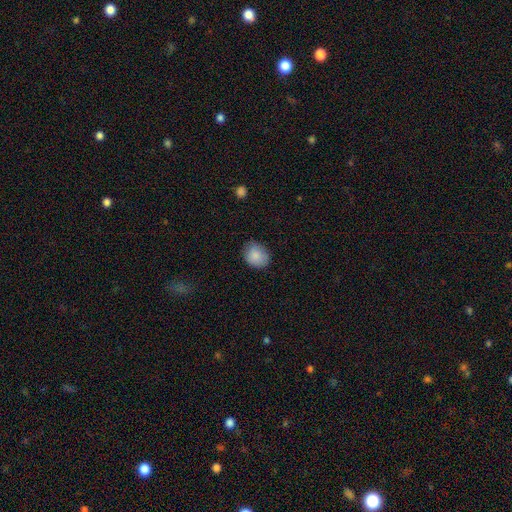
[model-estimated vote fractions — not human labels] Smooth or featured: smooth — 86% (star or artifact — 7%)
How rounded: round — 53% (in between — 47%)
Merging: none — 73% (minor disturbance — 22%)